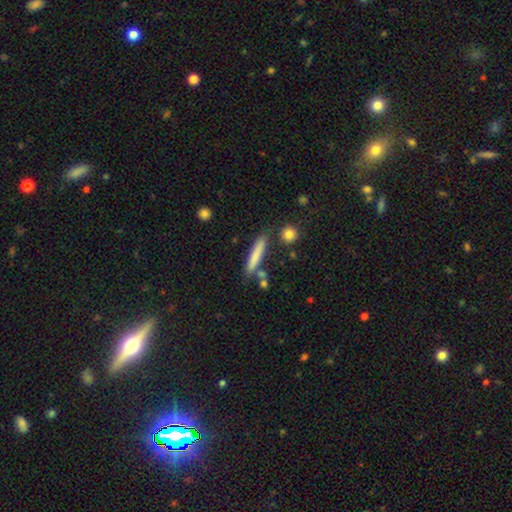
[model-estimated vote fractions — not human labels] Morphology: type=smooth (74%); roundness=cigar-shaped (91%); merging=none (78%).